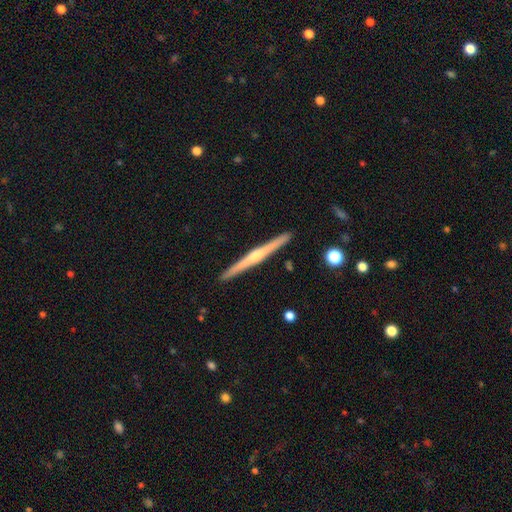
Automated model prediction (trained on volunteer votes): Smooth or featured? featured or disk (73%)
Edge-on disk? yes (98%)
Edge-on bulge? rounded (77%)
Merging? none (92%)